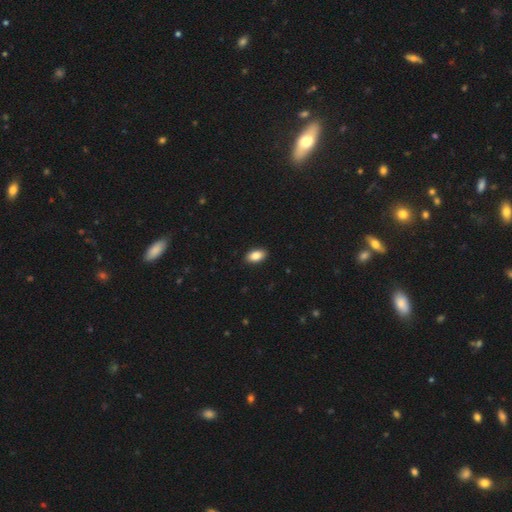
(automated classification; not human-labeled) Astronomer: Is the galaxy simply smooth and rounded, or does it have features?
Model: smooth — 87%.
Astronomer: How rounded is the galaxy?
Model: in between — 93%.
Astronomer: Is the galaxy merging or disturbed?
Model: none — 91%.